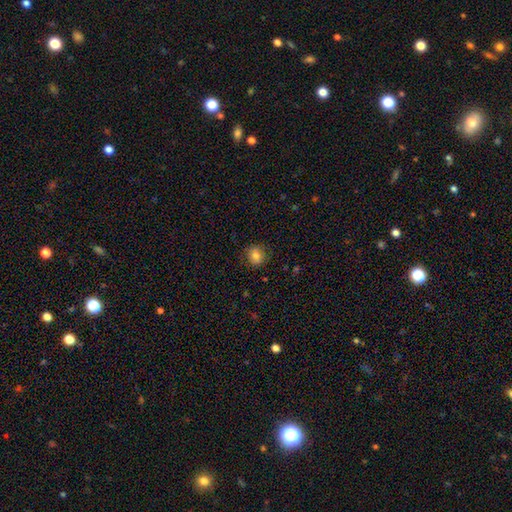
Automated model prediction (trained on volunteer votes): A smooth galaxy with no disk features (81%) that is round (79%).

Vote fractions:
- Smooth or featured? smooth: 81% / star or artifact: 10% / featured or disk: 9%
- How rounded? round: 79% / in between: 20% / cigar-shaped: 1%
- Merging? none: 86% / minor disturbance: 10% / major disturbance: 3% / merger: 1%